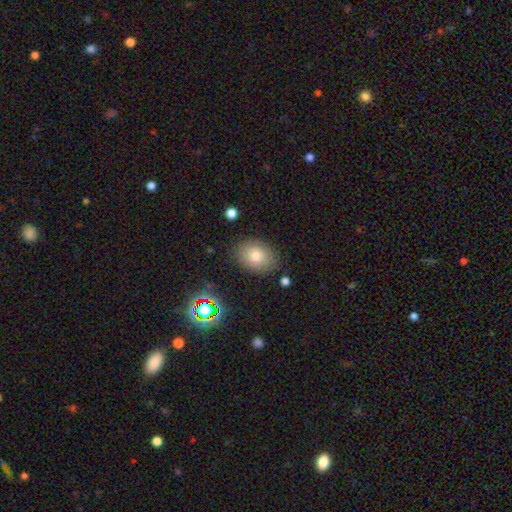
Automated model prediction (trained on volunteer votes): Smooth or featured? smooth (77%)
How rounded? in between (70%)
Merging? none (83%)